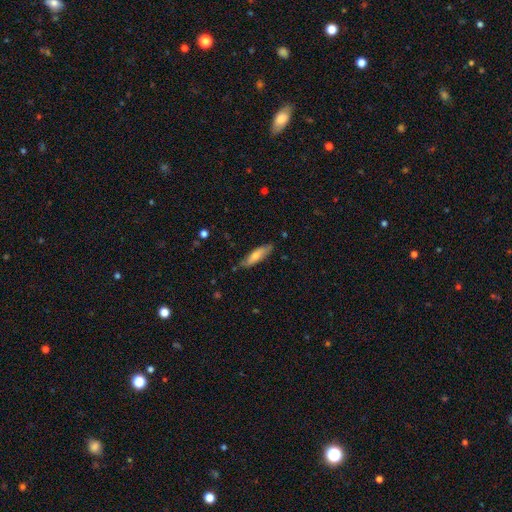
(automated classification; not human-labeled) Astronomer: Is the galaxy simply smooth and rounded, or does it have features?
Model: smooth — 66%.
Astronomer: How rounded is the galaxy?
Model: cigar-shaped — 66%.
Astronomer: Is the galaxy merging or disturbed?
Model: none — 79%.